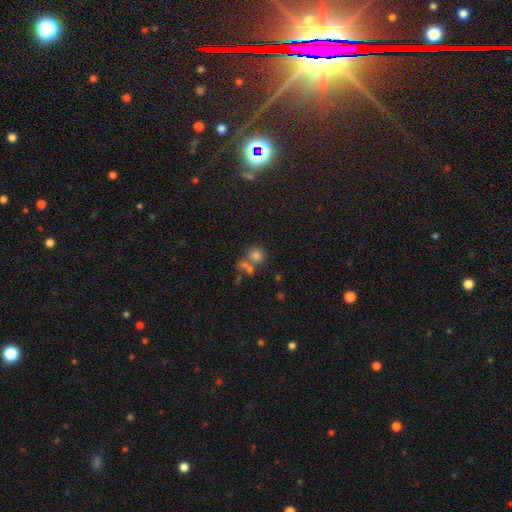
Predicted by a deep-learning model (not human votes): A smooth galaxy with no disk features (71%) that is round (87%). Merging: none (50%).